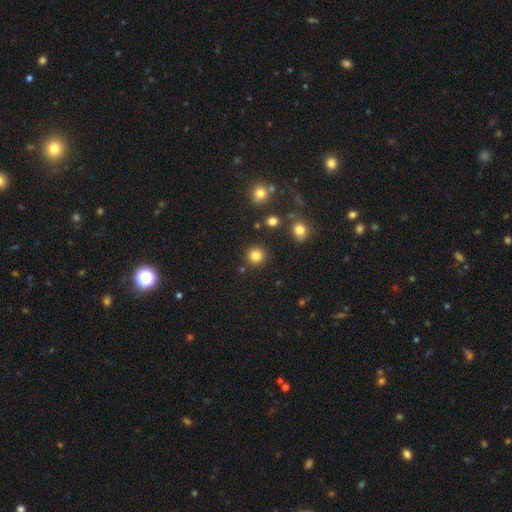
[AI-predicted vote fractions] Morphology: type=smooth (84%); roundness=round (94%); merging=none (89%).